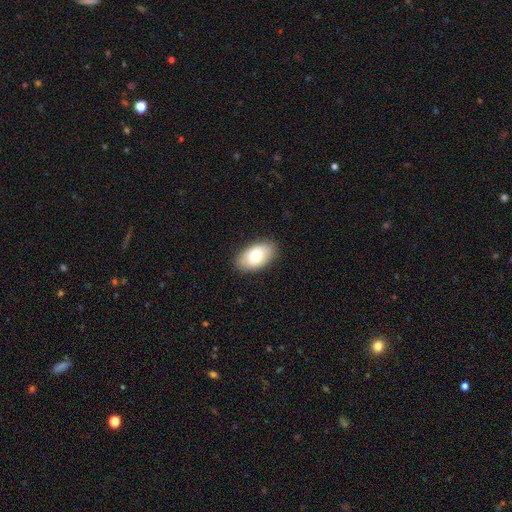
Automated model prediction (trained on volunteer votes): Smooth or featured?
  - smooth: 77% *
  - featured or disk: 17%
  - star or artifact: 6%
How rounded?
  - in between: 94% *
  - round: 4%
  - cigar-shaped: 1%
Merging?
  - none: 87% *
  - minor disturbance: 10%
  - major disturbance: 2%
  - merger: 1%